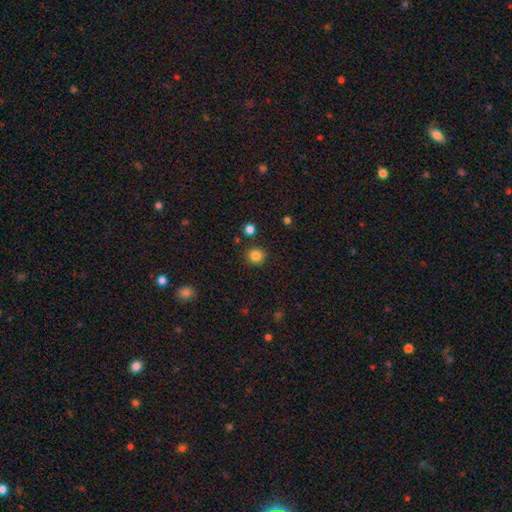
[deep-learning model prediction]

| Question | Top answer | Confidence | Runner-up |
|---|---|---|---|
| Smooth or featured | smooth | 84% | star or artifact (12%) |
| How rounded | round | 92% | in between (7%) |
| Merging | none | 89% | minor disturbance (6%) |